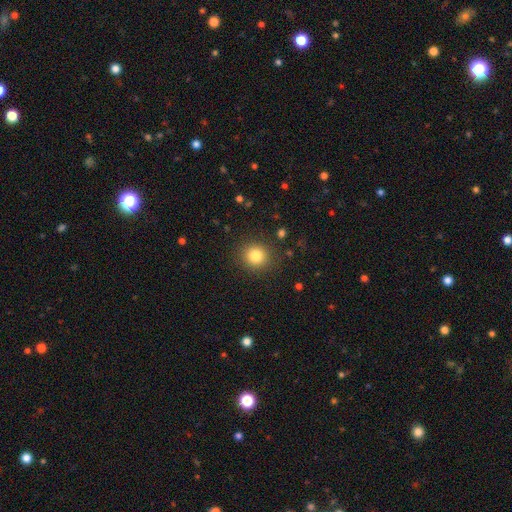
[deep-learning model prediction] This appears to be a smooth galaxy with no disk features (81%) that is round (90%). Merging: none (89%).